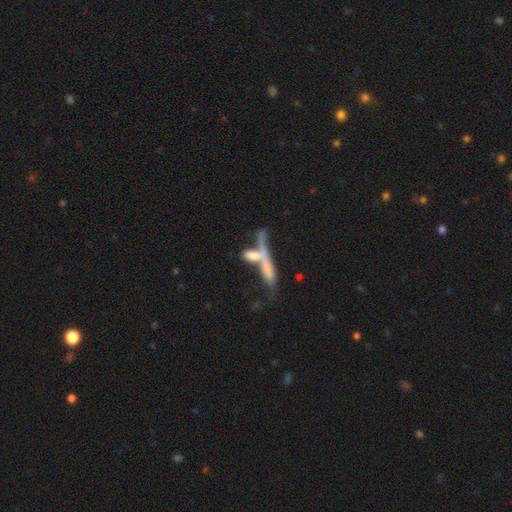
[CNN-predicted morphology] smooth 58%, featured or disk 33%, star or artifact 9%. Down the decision tree: how rounded — cigar-shaped (68%); merging — merger (55%).